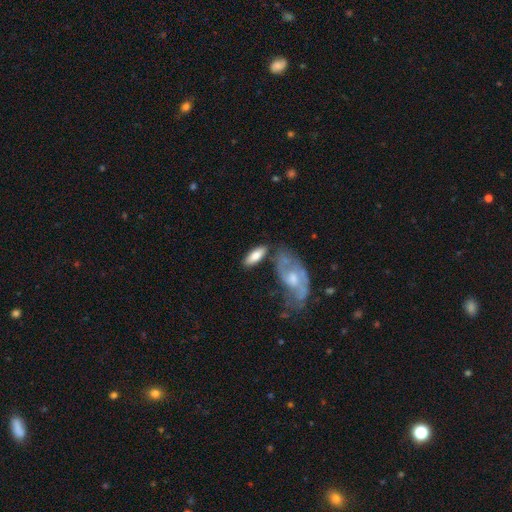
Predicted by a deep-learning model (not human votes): A smooth galaxy with no disk features (71%) that is in between round and cigar-shaped (70%). Merging: none (64%).